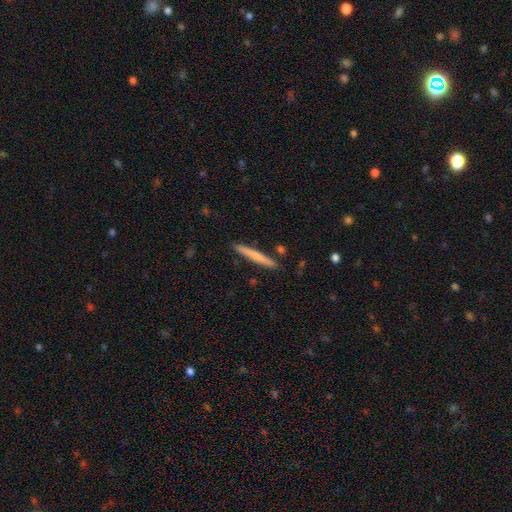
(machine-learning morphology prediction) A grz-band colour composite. It shows a smooth galaxy with no disk features (62%) that is cigar-shaped (96%). Merging: none (89%).